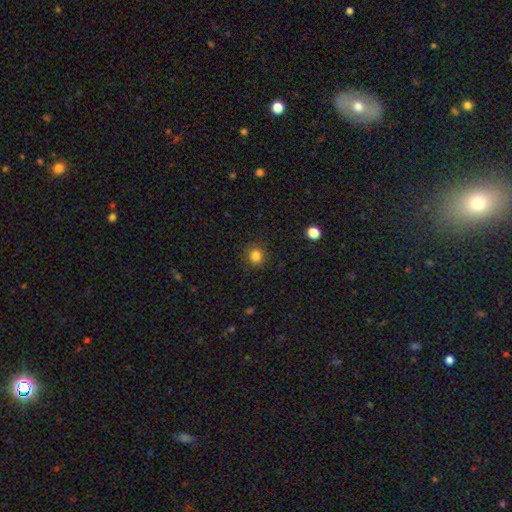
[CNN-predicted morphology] This appears to be a smooth galaxy with no disk features (84%) that is round (91%). Merging: none (89%).